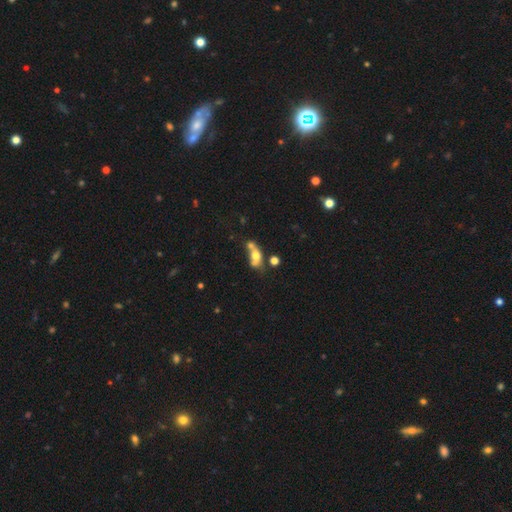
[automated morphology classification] smooth 58%, featured or disk 31%, star or artifact 12%. Down the decision tree: how rounded — in between (64%); merging — merger (52%).